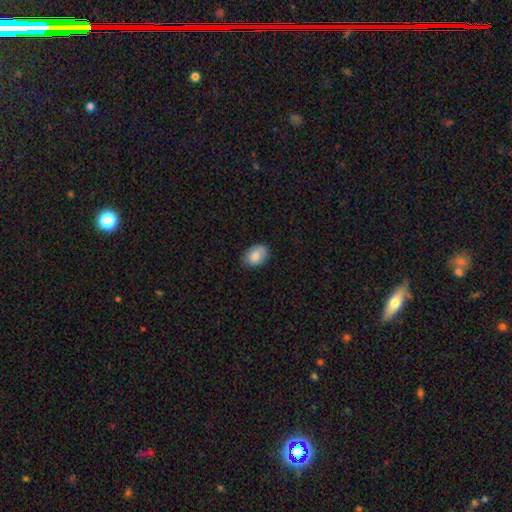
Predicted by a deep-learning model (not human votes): Morphology: type=smooth (86%); roundness=in between (80%); merging=none (79%).